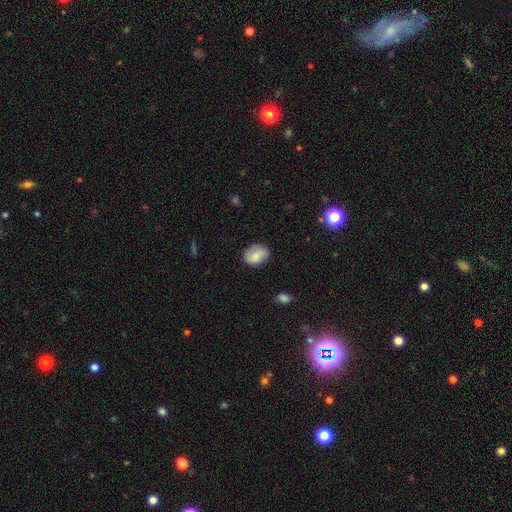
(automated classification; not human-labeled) This appears to be a smooth galaxy with no disk features (71%) that is in between round and cigar-shaped (57%). Merging: none (76%).